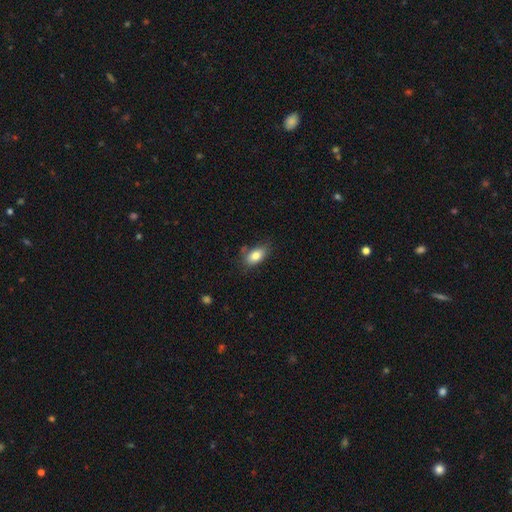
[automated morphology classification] The model was most divided on "merging": none: 69%, minor disturbance: 21%, major disturbance: 5%, merger: 4%. More confident: how rounded — in between (89%); smooth or featured — smooth (82%).